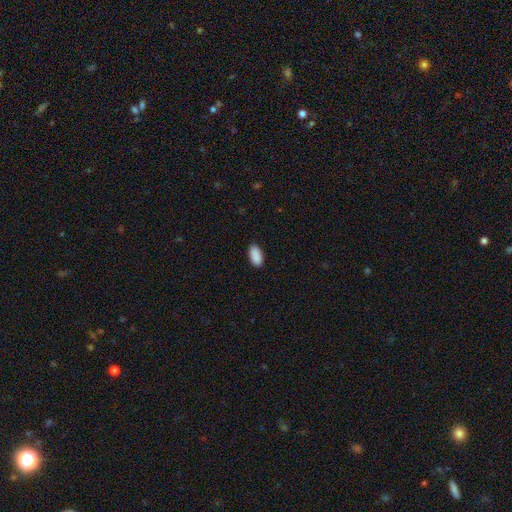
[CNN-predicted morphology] smooth 90%, star or artifact 7%, featured or disk 3%. Down the decision tree: how rounded — in between (94%); merging — none (88%).